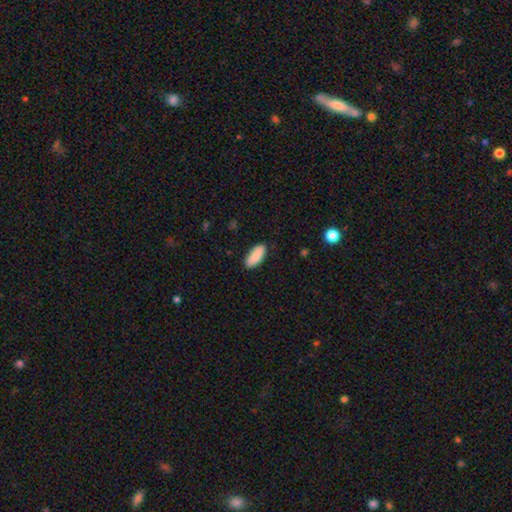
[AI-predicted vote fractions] Smooth or featured? smooth (90%)
How rounded? in between (83%)
Merging? none (87%)